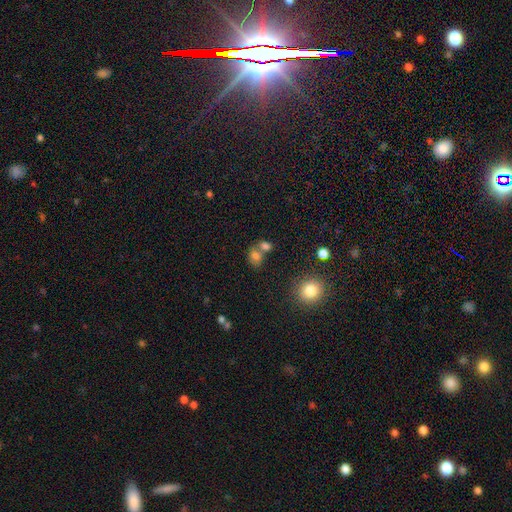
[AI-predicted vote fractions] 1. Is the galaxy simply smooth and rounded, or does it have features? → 75% smooth, 14% star or artifact, 12% featured or disk.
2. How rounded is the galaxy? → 55% in between, 43% round, 1% cigar-shaped.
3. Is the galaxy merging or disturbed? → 50% merger, 36% none, 9% minor disturbance, 5% major disturbance.